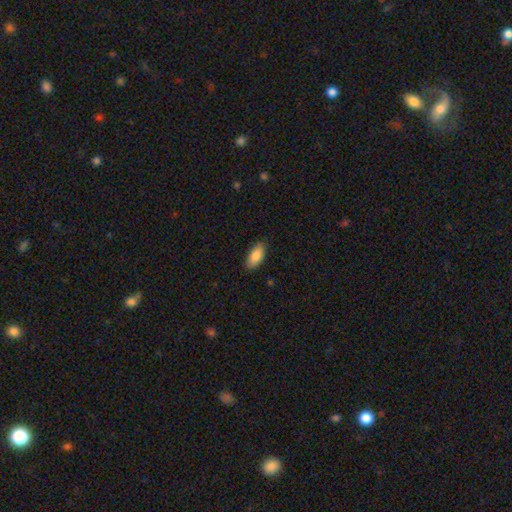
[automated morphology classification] Q: Smooth or featured?
A: smooth (87%); runner-up: featured or disk (7%)
Q: How rounded?
A: in between (91%); runner-up: cigar-shaped (7%)
Q: Merging?
A: none (85%); runner-up: minor disturbance (12%)